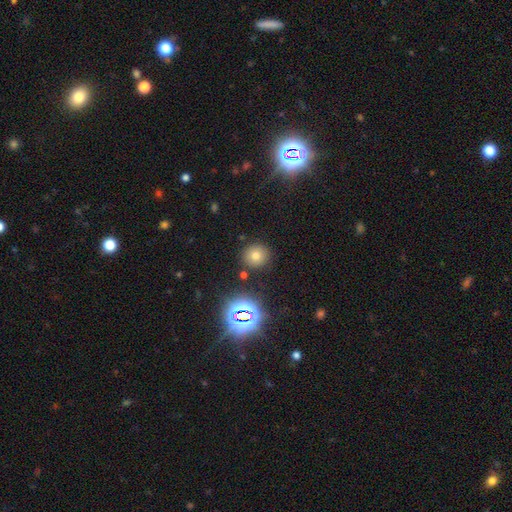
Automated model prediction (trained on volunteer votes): Q: Smooth or featured?
A: smooth (66%); runner-up: star or artifact (24%)
Q: How rounded?
A: round (87%); runner-up: in between (12%)
Q: Merging?
A: none (86%); runner-up: minor disturbance (8%)